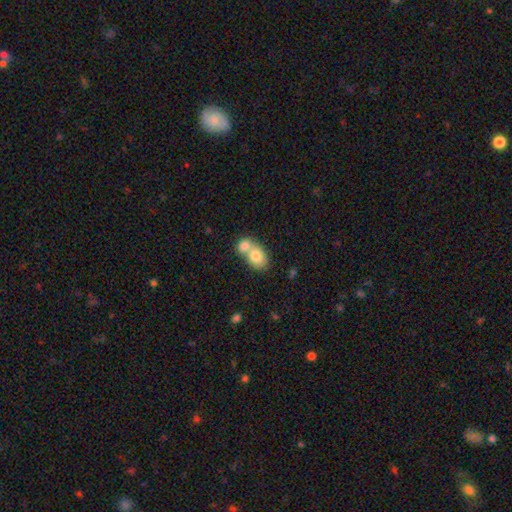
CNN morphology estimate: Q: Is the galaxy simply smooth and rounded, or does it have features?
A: smooth — 75%.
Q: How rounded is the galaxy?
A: in between — 67%.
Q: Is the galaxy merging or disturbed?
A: merger — 68%.